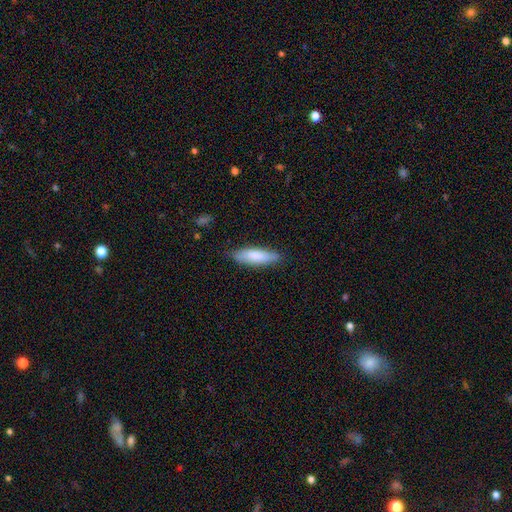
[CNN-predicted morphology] The model was most divided on "how rounded" (2-way tie): cigar-shaped: 49%, in between: 49%, round: 2%. More confident: merging — none (81%); smooth or featured — smooth (81%).